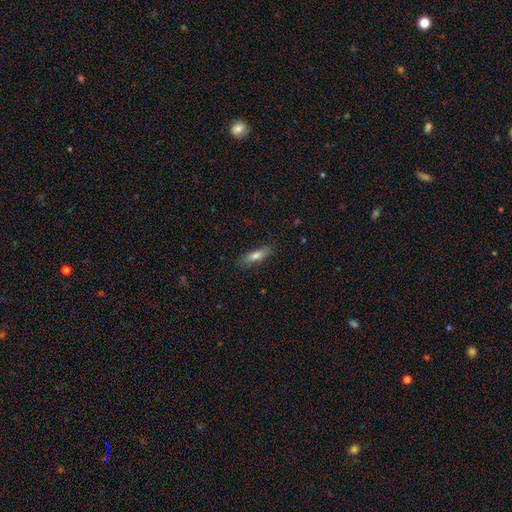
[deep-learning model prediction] smooth 72%, featured or disk 22%, star or artifact 7%. Down the decision tree: how rounded — cigar-shaped (56%); merging — none (82%).